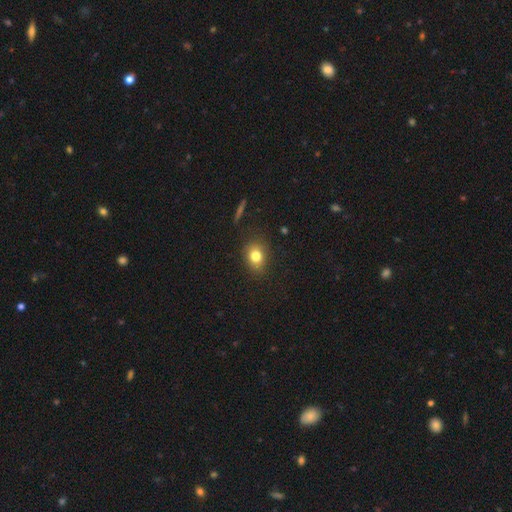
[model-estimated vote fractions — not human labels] Overall: smooth (79%). How rounded: in between (50%; round 49%). Merging: none (81%).